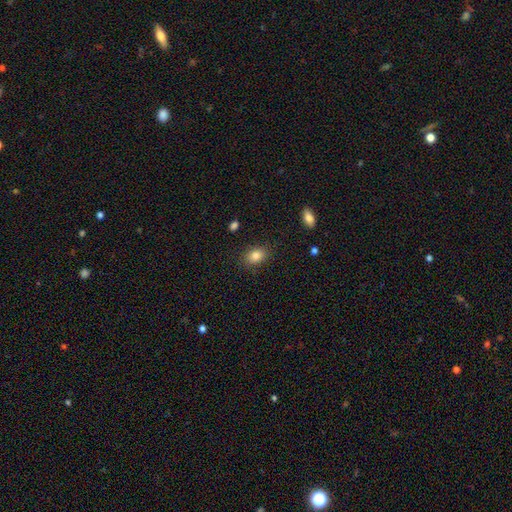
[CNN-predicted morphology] A smooth galaxy with no disk features (83%) that is in between round and cigar-shaped (72%). Merging: none (84%).